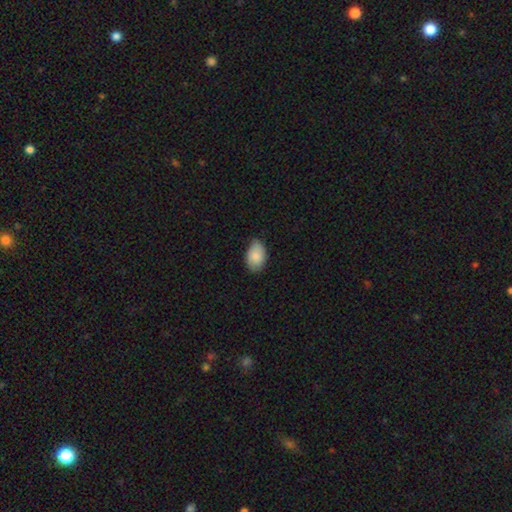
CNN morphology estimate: smooth-or-featured: smooth: 86% | featured or disk: 8% | star or artifact: 6%
  how-rounded: in between: 90% | round: 9% | cigar-shaped: 1%
  merging: none: 71% | minor disturbance: 25% | major disturbance: 3% | merger: 1%